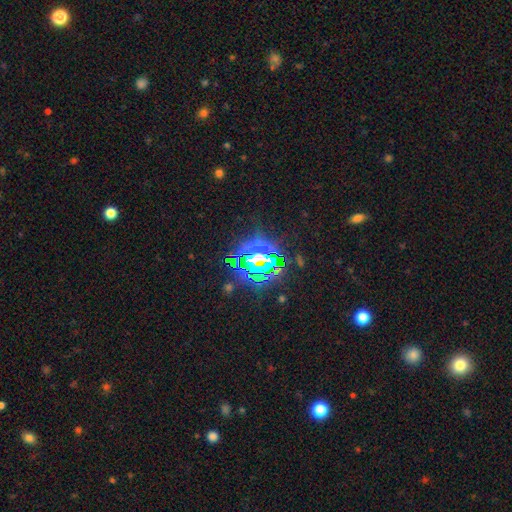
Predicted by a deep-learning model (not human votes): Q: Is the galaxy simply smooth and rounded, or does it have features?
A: star or artifact — 72%.